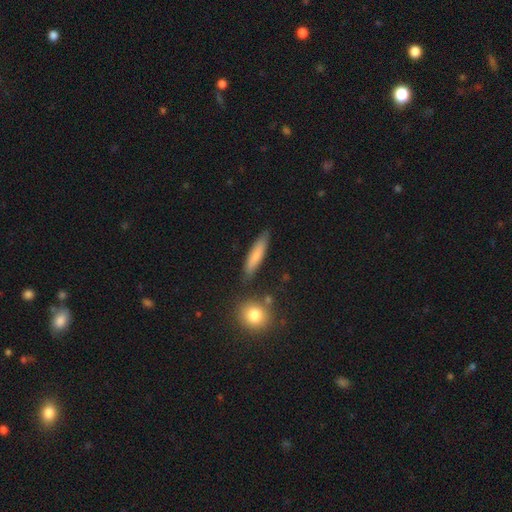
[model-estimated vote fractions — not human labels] Smooth or featured?
  - smooth: 76% *
  - featured or disk: 17%
  - star or artifact: 6%
How rounded?
  - cigar-shaped: 82% *
  - in between: 15%
  - round: 2%
Merging?
  - none: 82% *
  - minor disturbance: 12%
  - merger: 4%
  - major disturbance: 3%